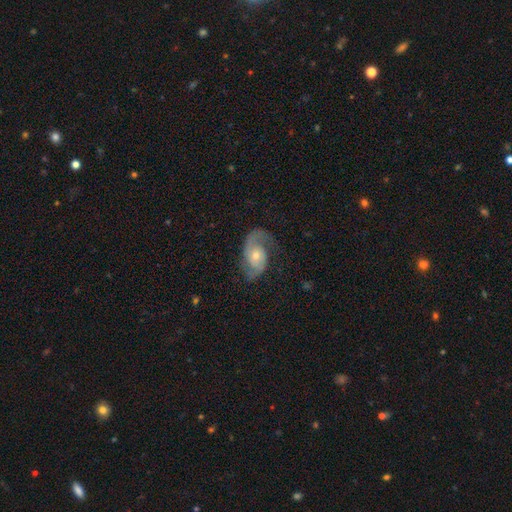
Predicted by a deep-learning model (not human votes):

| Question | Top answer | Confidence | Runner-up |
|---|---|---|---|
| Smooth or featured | featured or disk | 83% | smooth (11%) |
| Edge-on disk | no | 97% | yes (3%) |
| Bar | no | 63% | weak (30%) |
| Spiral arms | yes | 95% | no (5%) |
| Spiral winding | medium | 47% | loose (33%) |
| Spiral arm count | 2 | 84% | 1 (9%) |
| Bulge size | moderate | 52% | small (41%) |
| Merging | none | 67% | minor disturbance (18%) |